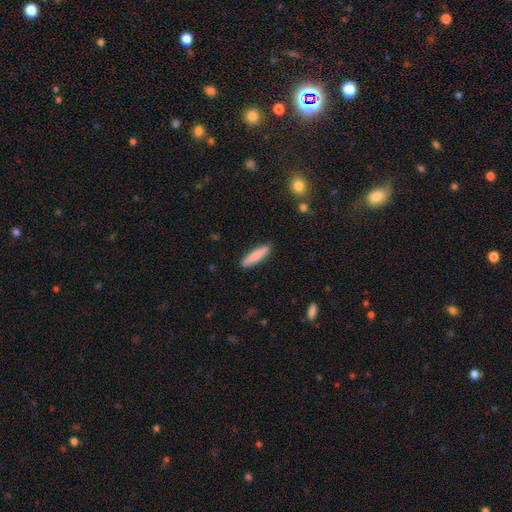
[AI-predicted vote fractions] Smooth or featured: smooth — 79% (featured or disk — 15%)
How rounded: cigar-shaped — 83% (in between — 16%)
Merging: none — 89% (minor disturbance — 8%)